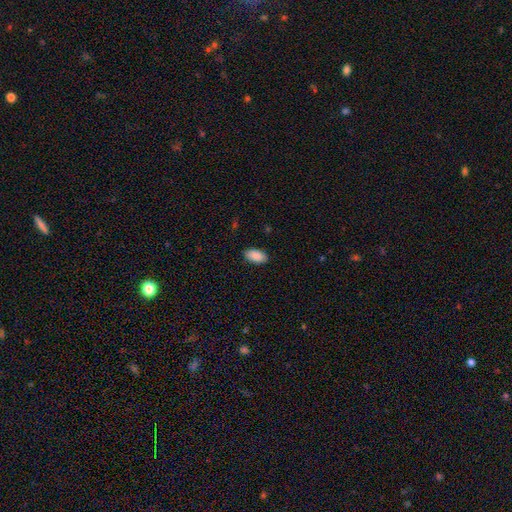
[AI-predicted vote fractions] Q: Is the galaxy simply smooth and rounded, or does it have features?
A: smooth — 90%.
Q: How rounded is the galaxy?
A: in between — 95%.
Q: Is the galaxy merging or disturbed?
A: none — 89%.